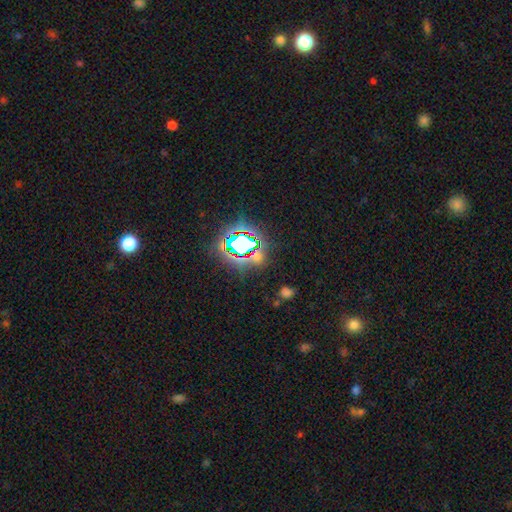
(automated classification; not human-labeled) Q: Smooth or featured?
A: star or artifact (68%); runner-up: smooth (23%)